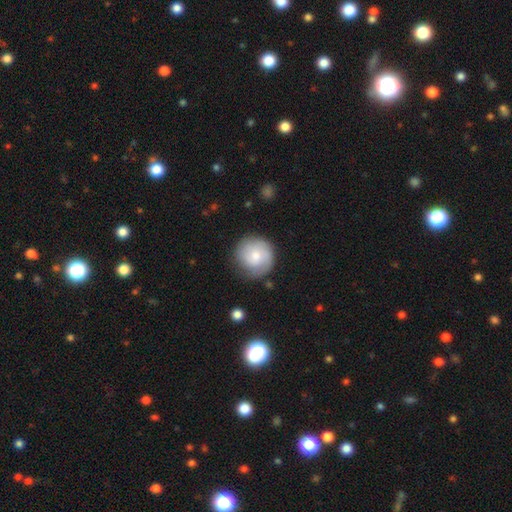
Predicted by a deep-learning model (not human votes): Smooth or featured?
  - smooth: 57% *
  - featured or disk: 36%
  - star or artifact: 6%
How rounded?
  - round: 93% *
  - in between: 6%
  - cigar-shaped: 1%
Merging?
  - none: 75% *
  - minor disturbance: 18%
  - major disturbance: 5%
  - merger: 2%